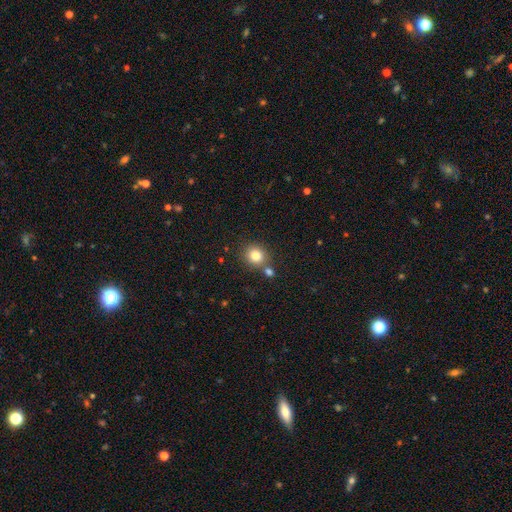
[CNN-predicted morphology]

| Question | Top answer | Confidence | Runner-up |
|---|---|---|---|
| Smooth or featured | smooth | 82% | star or artifact (11%) |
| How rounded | round | 85% | in between (14%) |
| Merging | none | 72% | merger (16%) |